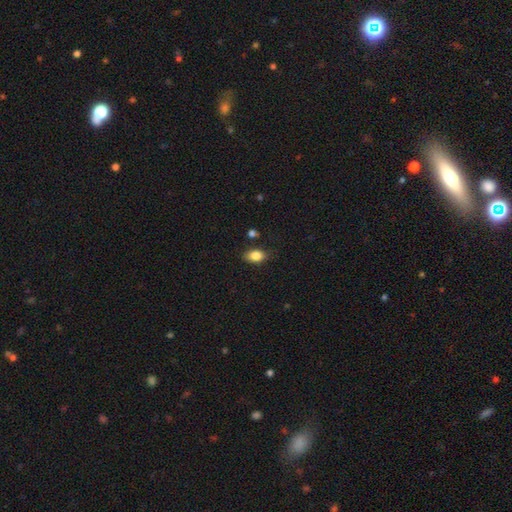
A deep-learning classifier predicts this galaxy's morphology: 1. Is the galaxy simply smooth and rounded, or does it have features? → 84% smooth, 8% star or artifact, 8% featured or disk.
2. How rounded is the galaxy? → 84% in between, 14% round, 2% cigar-shaped.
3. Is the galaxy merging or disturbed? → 78% none, 16% minor disturbance, 3% major disturbance, 3% merger.